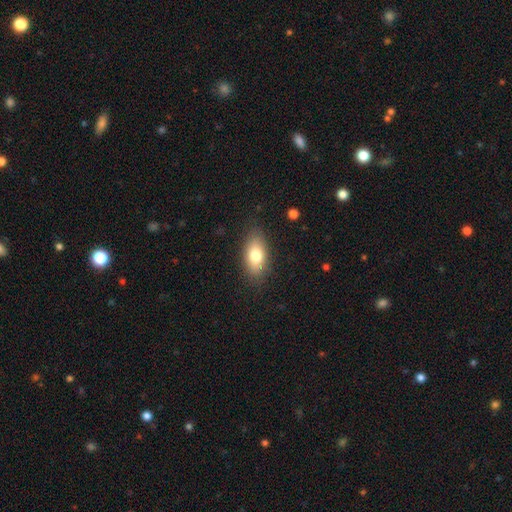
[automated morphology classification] smooth 78%, featured or disk 15%, star or artifact 7%. Down the decision tree: how rounded — in between (88%); merging — none (83%).